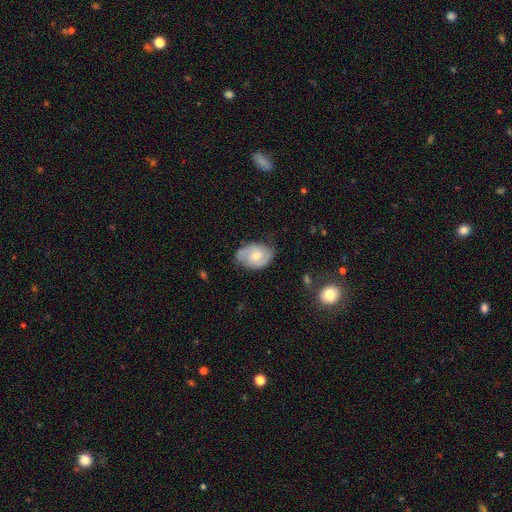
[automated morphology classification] type=featured or disk (61%); edge-on=no (97%); bar=no (60%); spiral arms=yes (88%); winding=medium (45%); arm count=2 (80%); bulge=moderate (54%); merging=none (68%).